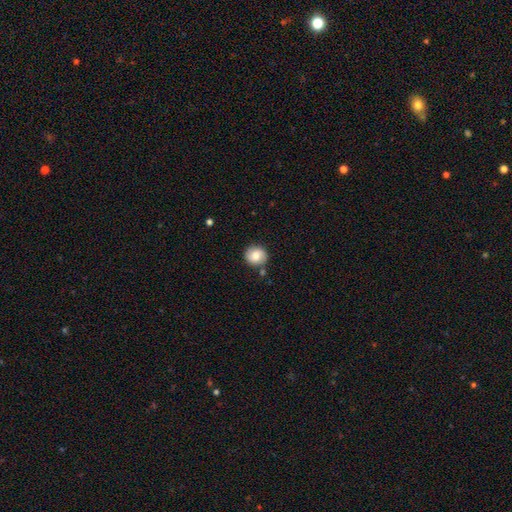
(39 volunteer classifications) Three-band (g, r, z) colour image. It shows a smooth galaxy with no disk features (77%) that is round (90%). Merging: none (78%).